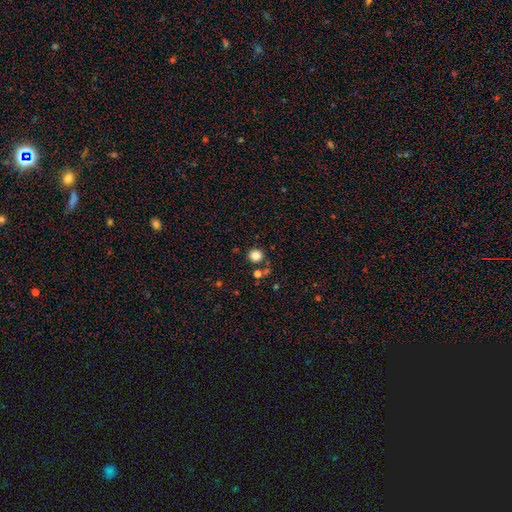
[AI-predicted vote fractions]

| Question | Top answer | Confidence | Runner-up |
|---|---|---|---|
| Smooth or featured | smooth | 84% | star or artifact (12%) |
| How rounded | round | 93% | in between (6%) |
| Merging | none | 81% | merger (8%) |